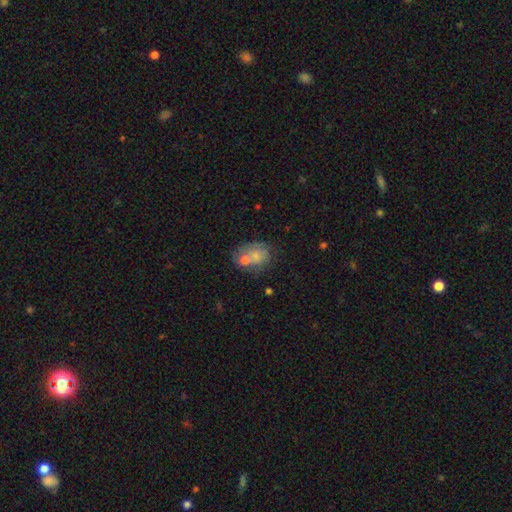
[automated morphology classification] Q: Smooth or featured?
A: smooth (62%); runner-up: featured or disk (29%)
Q: How rounded?
A: in between (57%); runner-up: round (42%)
Q: Merging?
A: merger (38%); runner-up: none (33%)